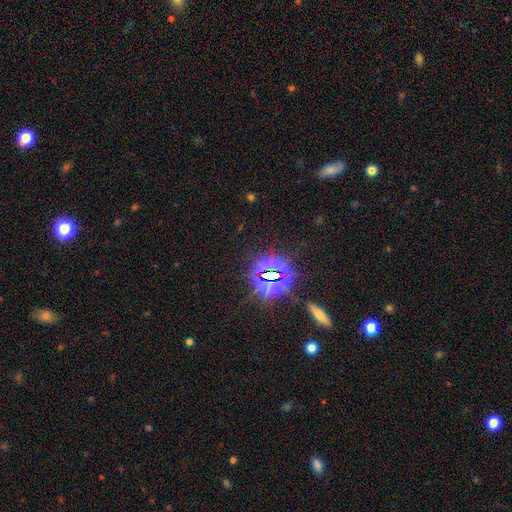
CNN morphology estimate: type=star or artifact (76%).